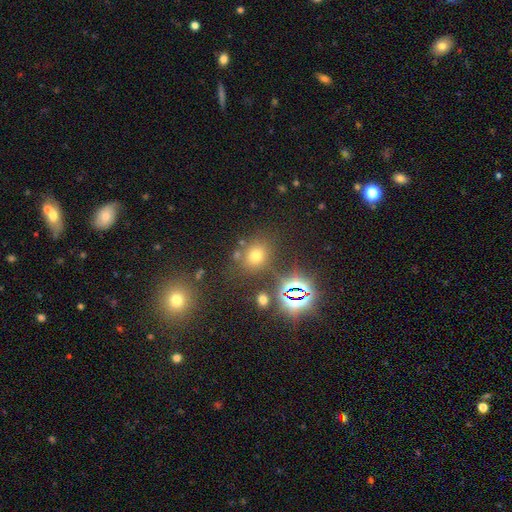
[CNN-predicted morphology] This appears to be a smooth galaxy with no disk features (61%) that is round (68%). Merging: none (73%).